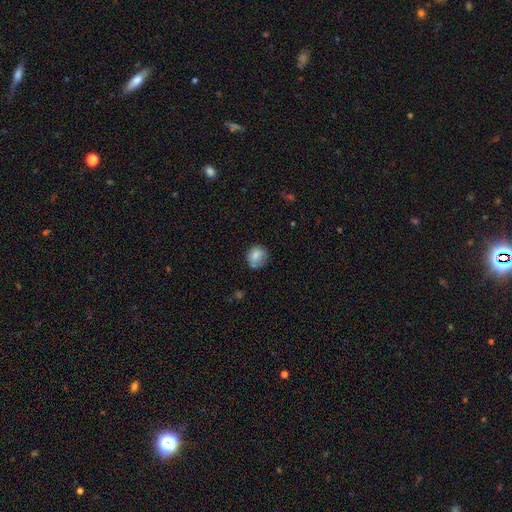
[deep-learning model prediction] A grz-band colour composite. It shows a smooth galaxy with no disk features (80%) that is round (76%). Merging: none (71%).